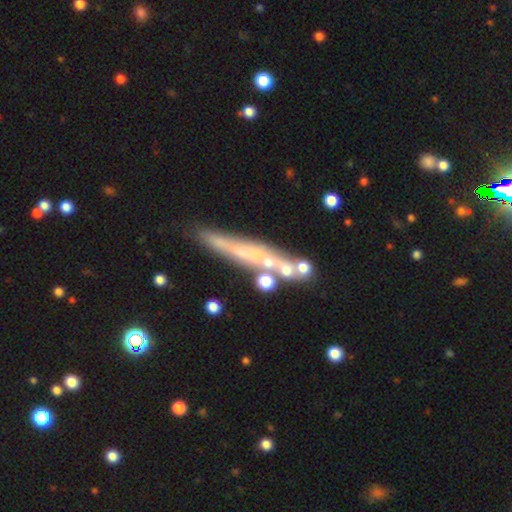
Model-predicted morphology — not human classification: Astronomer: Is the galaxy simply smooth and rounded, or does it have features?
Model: featured or disk — 49% (runner-up: smooth, 39%).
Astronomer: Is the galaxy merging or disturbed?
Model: none — 71%.